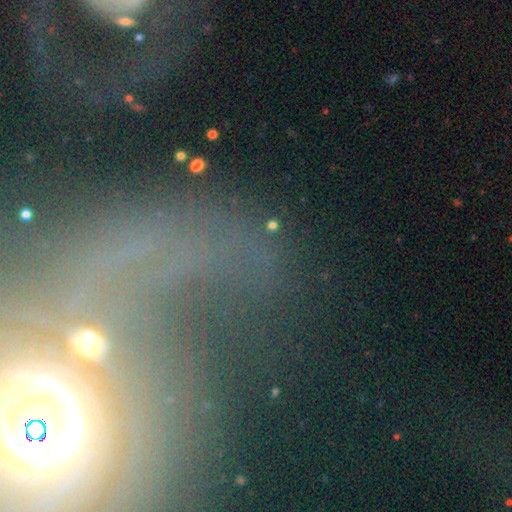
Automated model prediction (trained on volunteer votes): Smooth or featured?
  - featured or disk: 52% *
  - star or artifact: 30%
  - smooth: 18%
Edge-on disk?
  - no: 84% *
  - yes: 16%
Merging?
  - none: 51% *
  - major disturbance: 20%
  - minor disturbance: 15%
  - merger: 14%